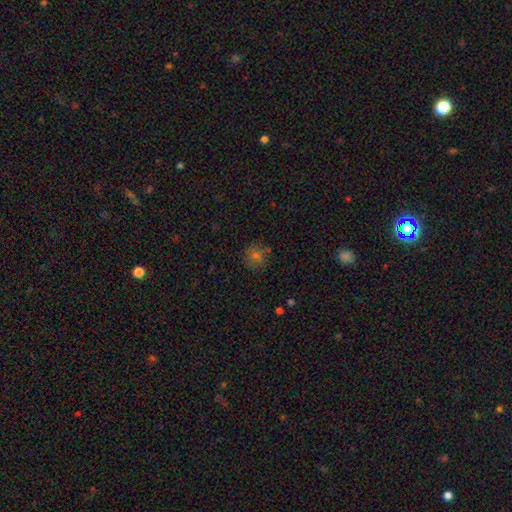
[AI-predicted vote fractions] A smooth galaxy with no disk features (69%) that is round (89%).

Vote fractions:
- Smooth or featured? smooth: 69% / star or artifact: 22% / featured or disk: 9%
- How rounded? round: 89% / in between: 10% / cigar-shaped: 1%
- Merging? none: 83% / minor disturbance: 12% / major disturbance: 3% / merger: 3%